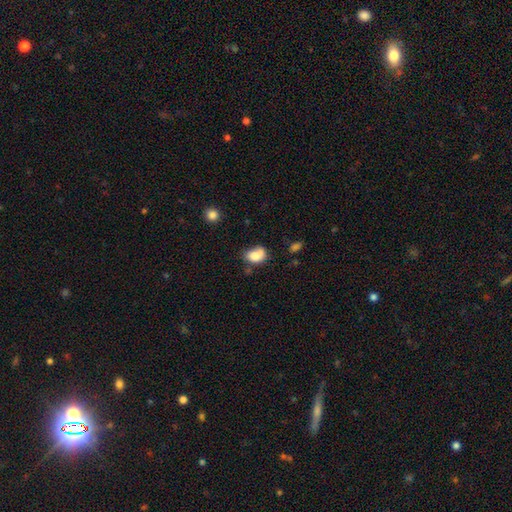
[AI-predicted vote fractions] This is likely a smooth galaxy (78%). How rounded: likely in between (70%). Merging: marginally none (40%).